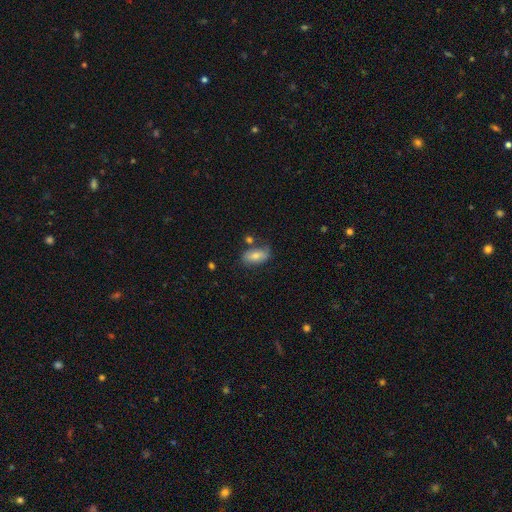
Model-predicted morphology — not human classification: Smooth or featured: smooth — 70% (featured or disk — 22%)
How rounded: in between — 90% (cigar-shaped — 5%)
Merging: none — 61% (minor disturbance — 22%)